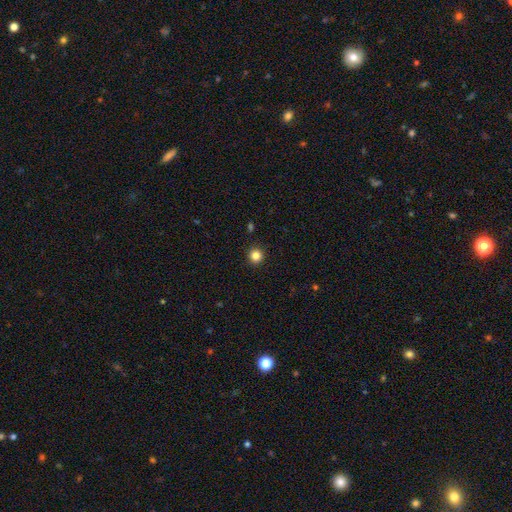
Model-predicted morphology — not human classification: Smooth or featured: smooth — 84% (star or artifact — 12%)
How rounded: round — 95% (in between — 4%)
Merging: none — 93% (minor disturbance — 5%)